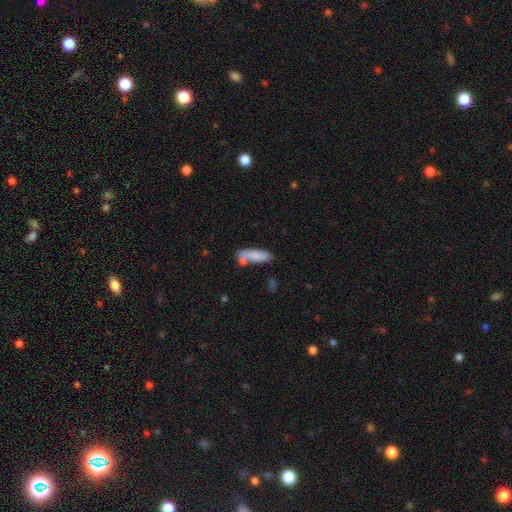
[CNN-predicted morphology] Overall: smooth (81%). How rounded: cigar-shaped (50%; in between 48%). Merging: none (57%; minor disturbance 19%).